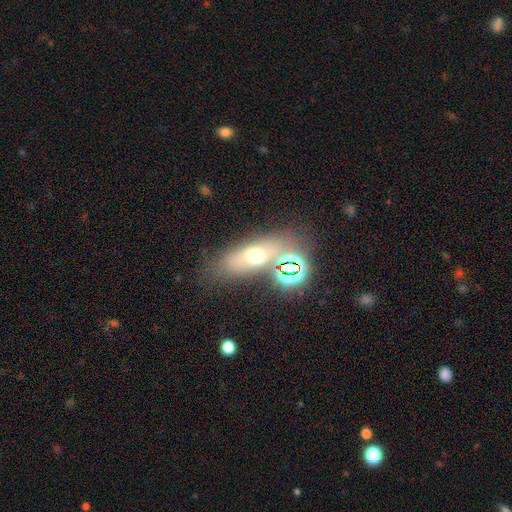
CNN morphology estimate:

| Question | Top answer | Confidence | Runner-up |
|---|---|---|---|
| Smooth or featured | smooth | 52% | featured or disk (26%) |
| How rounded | in between | 59% | cigar-shaped (24%) |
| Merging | none | 66% | merger (13%) |